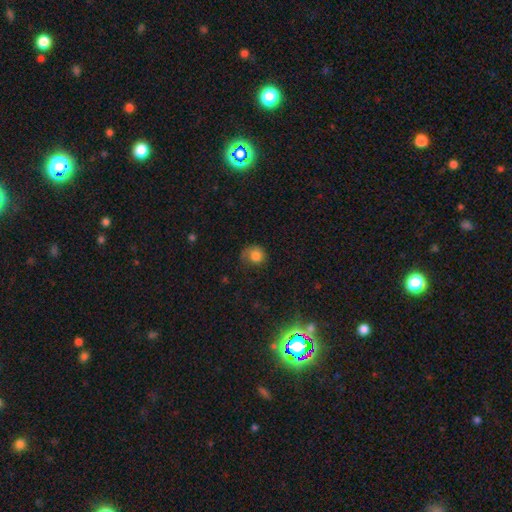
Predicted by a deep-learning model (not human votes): smooth-or-featured: smooth: 80% | star or artifact: 10% | featured or disk: 10%
  how-rounded: round: 79% | in between: 20% | cigar-shaped: 1%
  merging: none: 51% | minor disturbance: 30% | major disturbance: 17% | merger: 2%